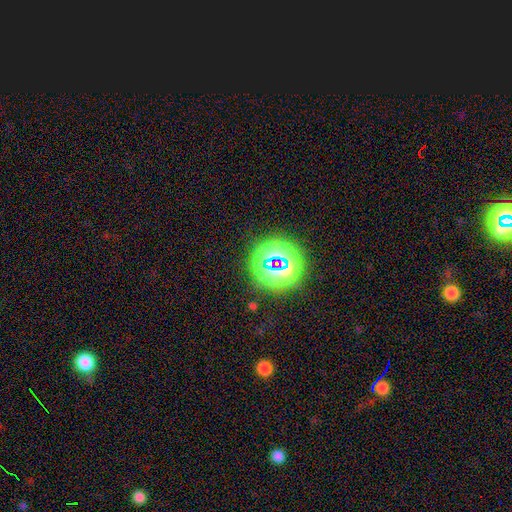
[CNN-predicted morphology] Smooth or featured? star or artifact (81%)